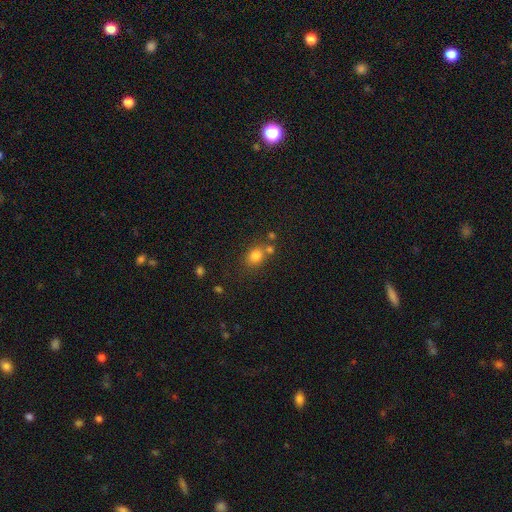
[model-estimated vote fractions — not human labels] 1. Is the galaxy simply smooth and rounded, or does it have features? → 80% smooth, 13% star or artifact, 8% featured or disk.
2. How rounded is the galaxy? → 55% round, 44% in between, 1% cigar-shaped.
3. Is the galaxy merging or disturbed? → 62% none, 21% merger, 13% minor disturbance, 5% major disturbance.